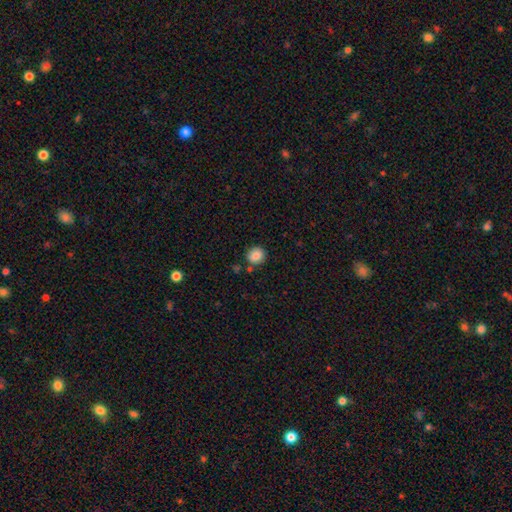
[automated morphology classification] This appears to be a smooth galaxy with no disk features (86%) that is round (83%). Merging: none (80%).